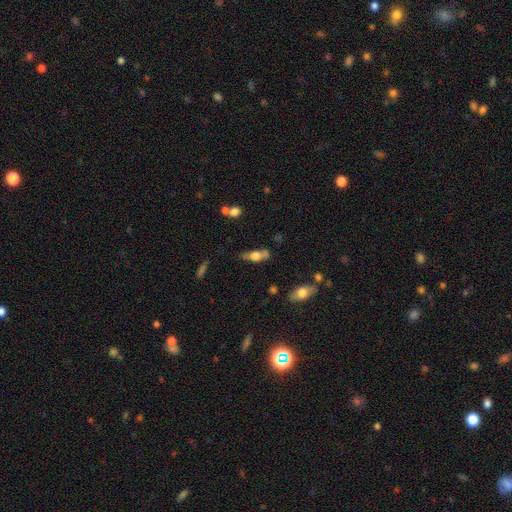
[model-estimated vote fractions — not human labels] Smooth or featured? Predicted: smooth (p=0.48). Merging? Predicted: none (p=0.59).